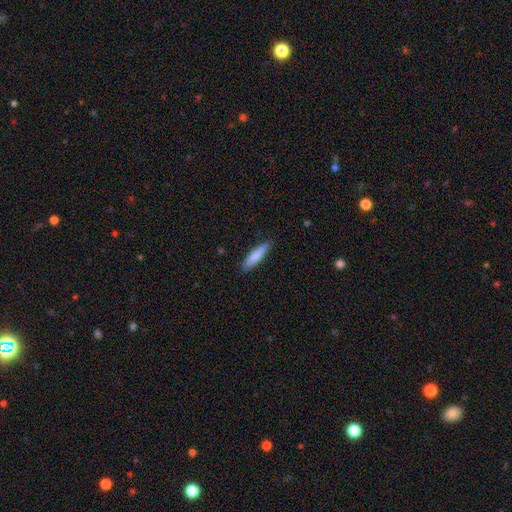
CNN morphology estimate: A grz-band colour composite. It shows a smooth galaxy with no disk features (83%) that is cigar-shaped (80%). Merging: none (86%).